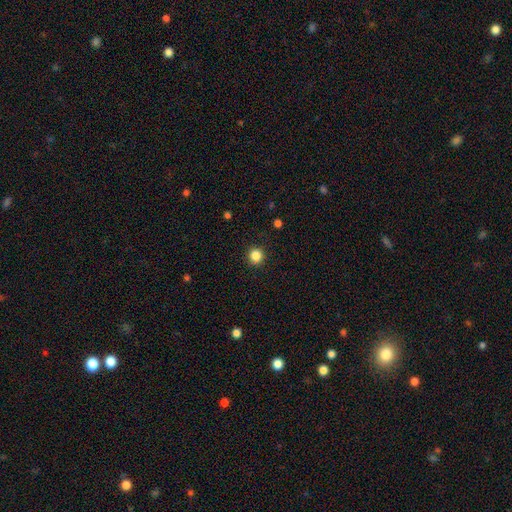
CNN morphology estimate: Smooth or featured: smooth — 85% (star or artifact — 11%)
How rounded: round — 93% (in between — 6%)
Merging: none — 92% (minor disturbance — 5%)